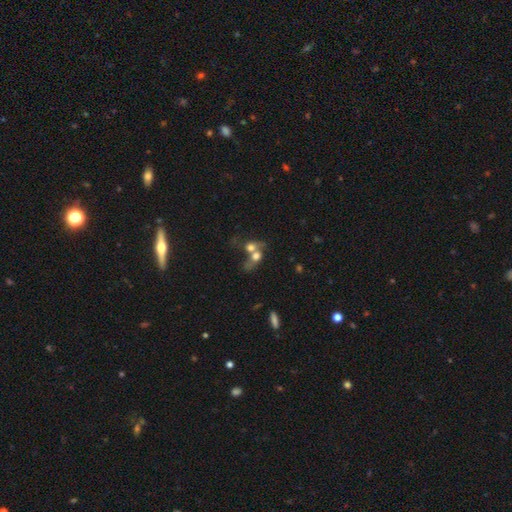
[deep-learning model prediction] Morphology: type=smooth (62%); roundness=round (52%); merging=merger (73%).